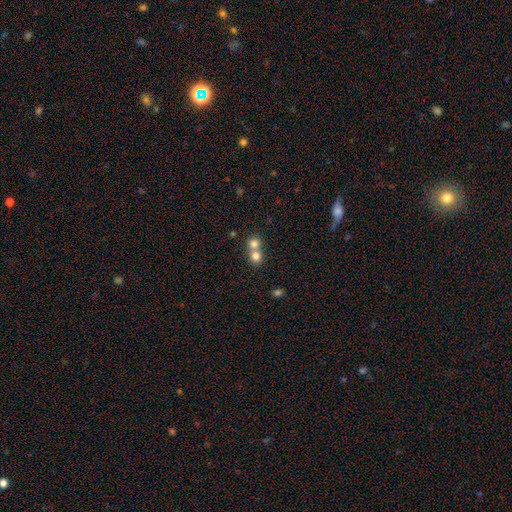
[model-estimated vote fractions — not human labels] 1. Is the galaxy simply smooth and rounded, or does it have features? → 78% smooth, 11% star or artifact, 11% featured or disk.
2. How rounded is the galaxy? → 83% round, 16% in between, 1% cigar-shaped.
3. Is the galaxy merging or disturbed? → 61% merger, 33% none, 4% minor disturbance, 2% major disturbance.